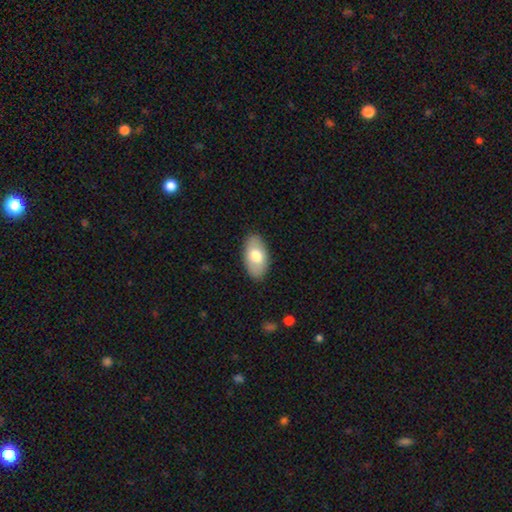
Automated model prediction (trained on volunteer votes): The model was most divided on "smooth or featured": smooth: 70%, featured or disk: 24%, star or artifact: 6%. More confident: how rounded — in between (94%); merging — none (86%).